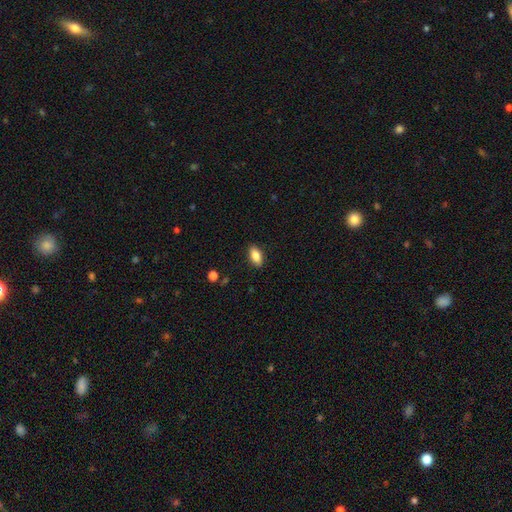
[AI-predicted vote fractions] This is clearly a smooth galaxy (81%). How rounded: clearly in between (86%). Merging: clearly none (88%).